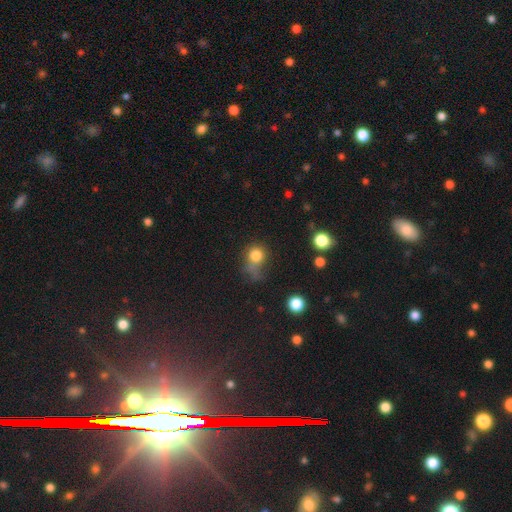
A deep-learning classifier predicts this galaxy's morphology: smooth-or-featured: smooth: 78% | star or artifact: 13% | featured or disk: 9%
  how-rounded: round: 76% | in between: 23% | cigar-shaped: 1%
  merging: none: 35% | major disturbance: 30% | minor disturbance: 27% | merger: 8%